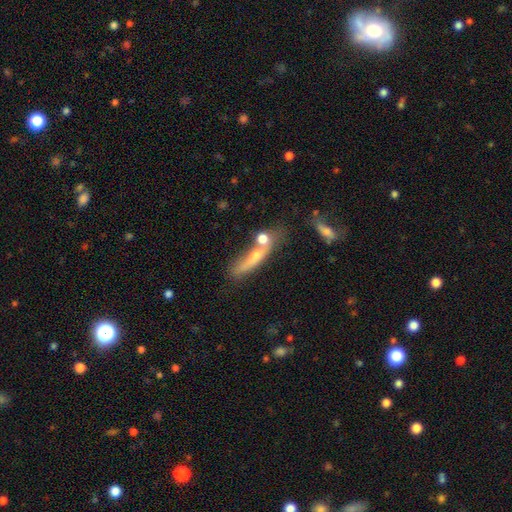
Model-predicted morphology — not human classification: Smooth or featured? smooth (50%)
How rounded? cigar-shaped (74%)
Merging? none (44%)